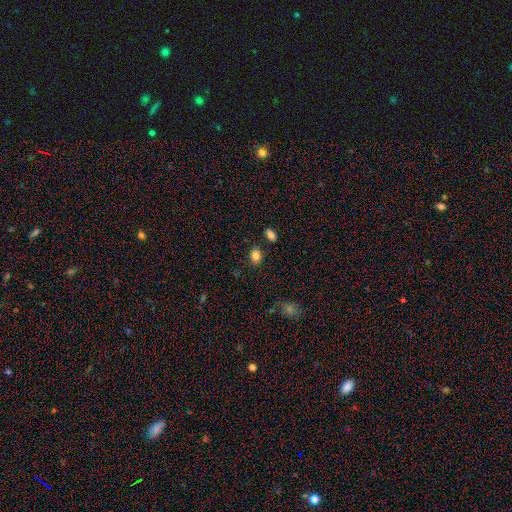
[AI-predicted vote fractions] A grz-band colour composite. It shows a smooth galaxy with no disk features (84%) that is in between round and cigar-shaped (58%). Merging: none (81%).